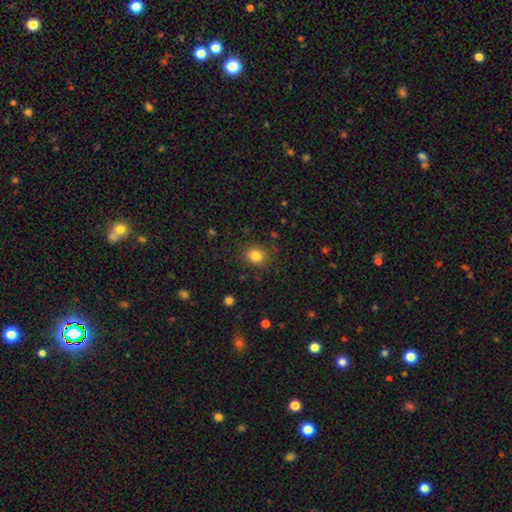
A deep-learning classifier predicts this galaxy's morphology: Smooth or featured? smooth (82%)
How rounded? round (76%)
Merging? none (86%)